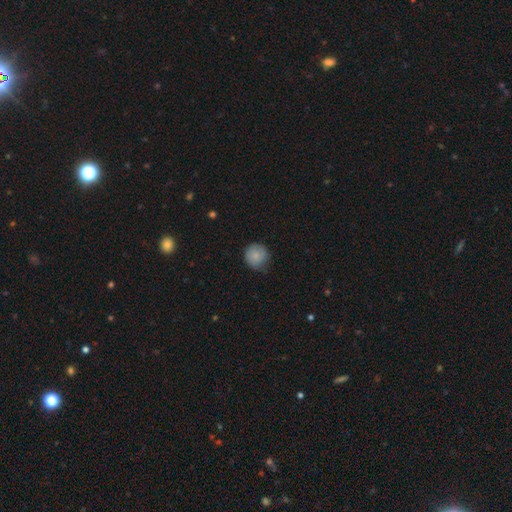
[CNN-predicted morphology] A smooth galaxy with no disk features (83%) that is round (93%).

Vote fractions:
- Smooth or featured? smooth: 83% / featured or disk: 9% / star or artifact: 8%
- How rounded? round: 93% / in between: 6% / cigar-shaped: 1%
- Merging? none: 74% / minor disturbance: 21% / major disturbance: 4% / merger: 1%